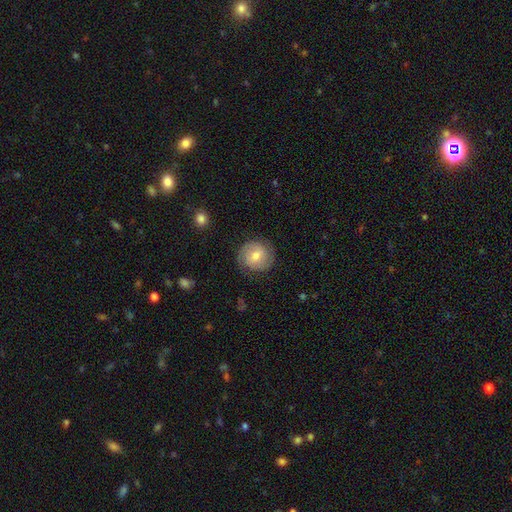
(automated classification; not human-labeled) Smooth or featured? Predicted: featured or disk (p=0.55). Edge-on disk? Predicted: no (p=0.97). Bar? Predicted: weak (p=0.46). Spiral arms? Predicted: yes (p=0.85). Bulge size? Predicted: moderate (p=0.64). Merging? Predicted: none (p=0.82).